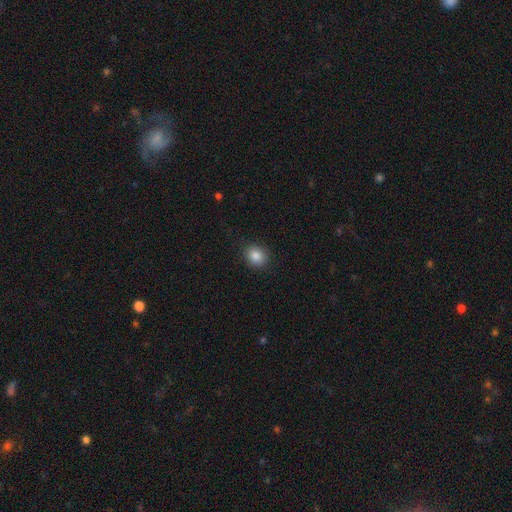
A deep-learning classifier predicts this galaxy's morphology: Overall: smooth (86%). How rounded: round (66%; in between 33%). Merging: none (88%).